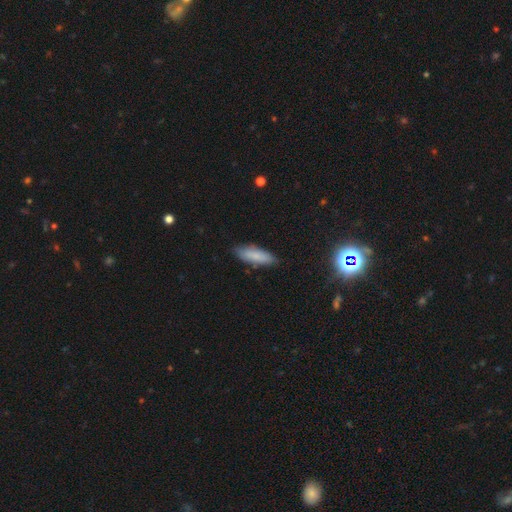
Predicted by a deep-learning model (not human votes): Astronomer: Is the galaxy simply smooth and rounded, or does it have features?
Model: smooth — 78%.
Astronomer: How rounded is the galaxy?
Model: in between — 52% (runner-up: cigar-shaped, 46%).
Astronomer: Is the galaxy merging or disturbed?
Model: none — 81%.